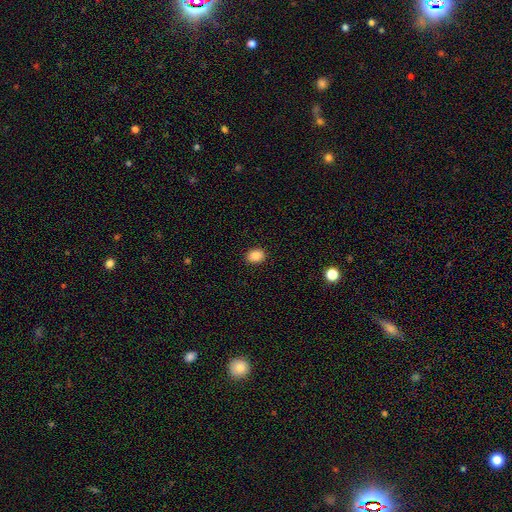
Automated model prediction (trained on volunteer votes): Morphology: type=smooth (88%); roundness=in between (61%); merging=none (89%).